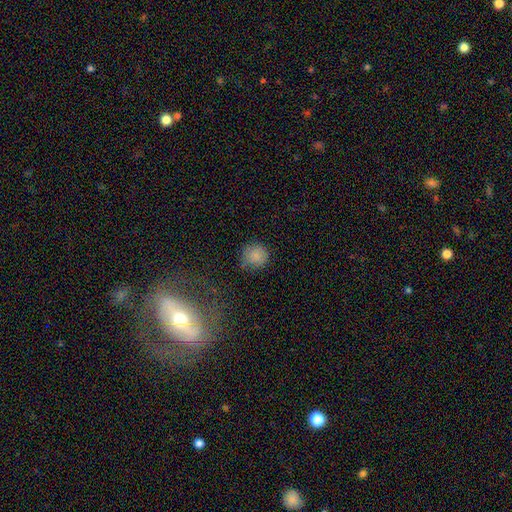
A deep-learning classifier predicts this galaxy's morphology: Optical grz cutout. It shows a smooth galaxy with no disk features (82%) that is round (92%). Merging: none (81%).